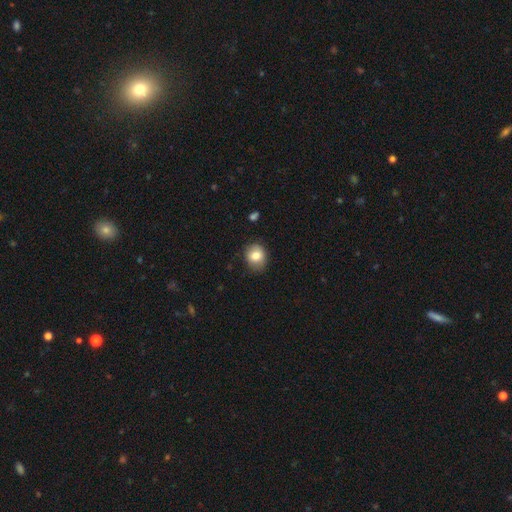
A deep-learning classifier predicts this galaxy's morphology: Smooth or featured: smooth — 80% (featured or disk — 11%)
How rounded: round — 68% (in between — 32%)
Merging: none — 78% (minor disturbance — 18%)